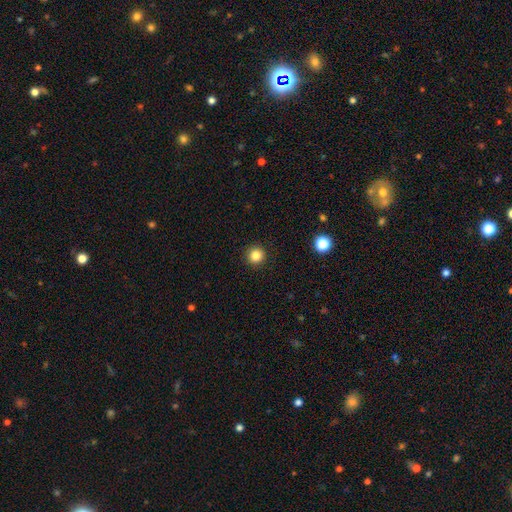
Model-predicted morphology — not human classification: Q: Smooth or featured?
A: smooth (84%); runner-up: star or artifact (12%)
Q: How rounded?
A: round (94%); runner-up: in between (5%)
Q: Merging?
A: none (92%); runner-up: minor disturbance (5%)